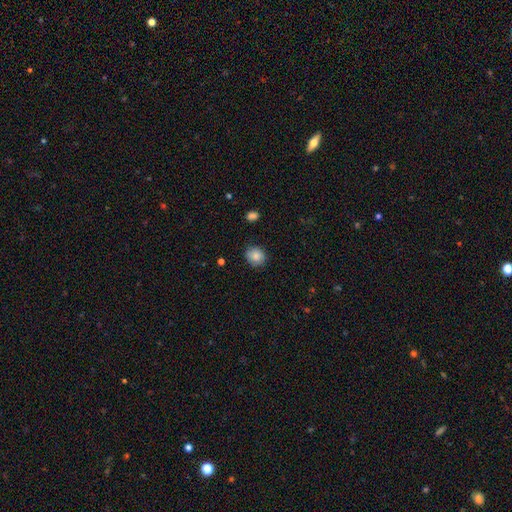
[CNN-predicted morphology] A smooth galaxy with no disk features (83%) that is round (77%).

Vote fractions:
- Smooth or featured? smooth: 83% / star or artifact: 9% / featured or disk: 8%
- How rounded? round: 77% / in between: 22% / cigar-shaped: 1%
- Merging? none: 82% / minor disturbance: 14% / major disturbance: 3% / merger: 1%